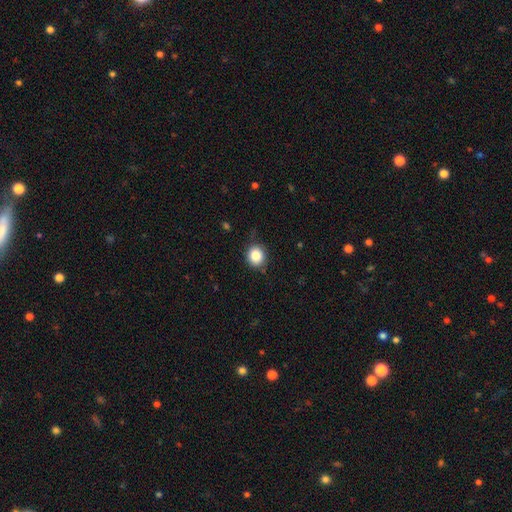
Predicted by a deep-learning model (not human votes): Smooth or featured? Predicted: smooth (p=0.85). How rounded? Predicted: round (p=0.83). Merging? Predicted: none (p=0.83).